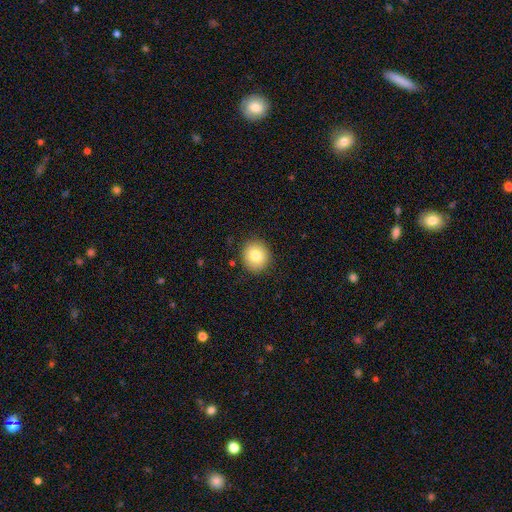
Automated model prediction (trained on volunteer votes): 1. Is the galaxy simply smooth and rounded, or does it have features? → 80% smooth, 11% featured or disk, 9% star or artifact.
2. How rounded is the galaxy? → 87% round, 13% in between, 1% cigar-shaped.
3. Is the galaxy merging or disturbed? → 88% none, 9% minor disturbance, 2% major disturbance, 1% merger.